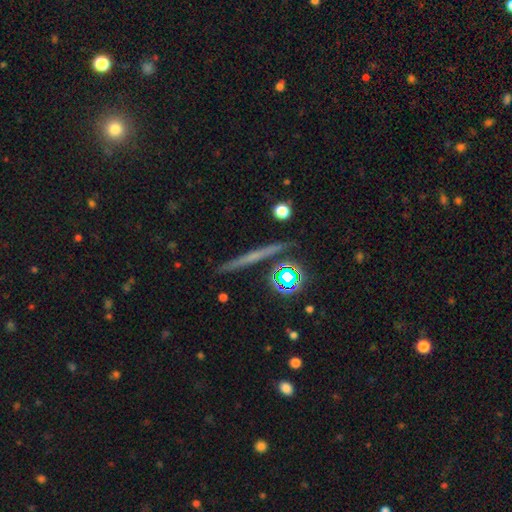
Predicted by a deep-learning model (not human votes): Morphology: type=featured or disk (51%); edge-on=yes (96%); merging=none (89%).